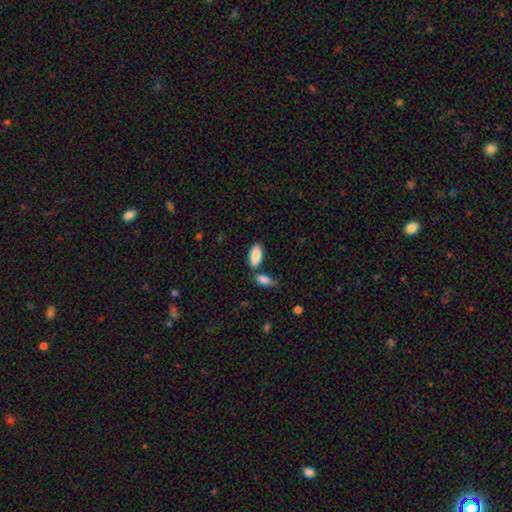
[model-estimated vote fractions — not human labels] The model was most divided on "merging": none: 68%, merger: 17%, minor disturbance: 12%, major disturbance: 3%. More confident: how rounded — in between (88%); smooth or featured — smooth (87%).